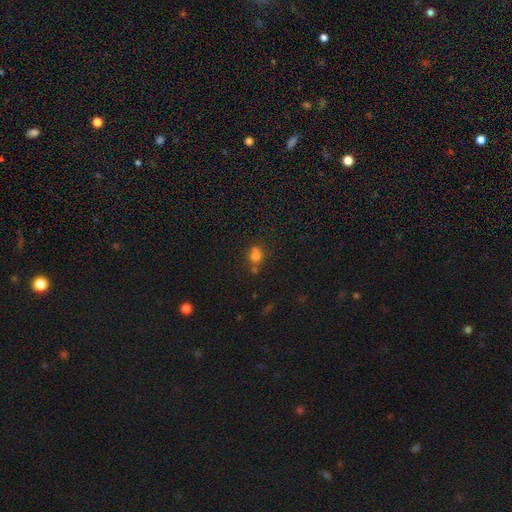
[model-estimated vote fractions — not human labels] The model was most divided on "merging": none: 49%, merger: 31%, minor disturbance: 15%, major disturbance: 5%. More confident: smooth or featured — smooth (73%); how rounded — round (71%).